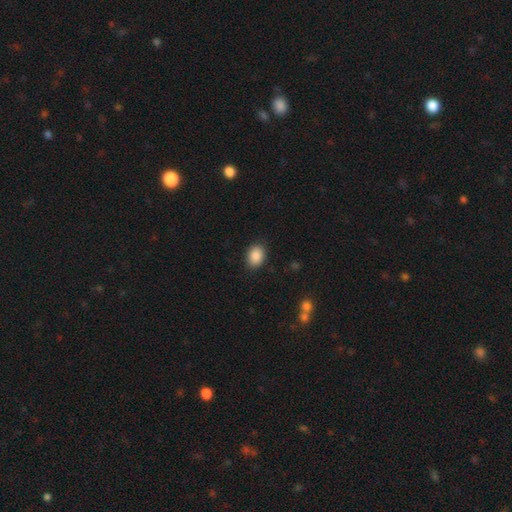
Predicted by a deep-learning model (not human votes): Smooth or featured? Predicted: smooth (p=0.88). How rounded? Predicted: in between (p=0.69). Merging? Predicted: none (p=0.88).